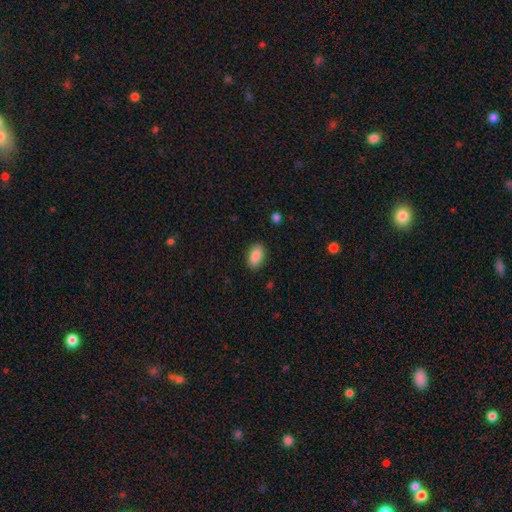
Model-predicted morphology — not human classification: Overall: smooth (87%). How rounded: in between (91%). Merging: none (88%).